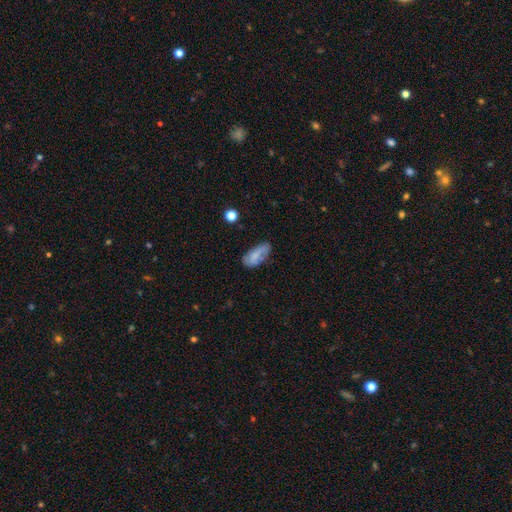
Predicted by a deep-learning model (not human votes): This appears to be a smooth galaxy with no disk features (69%) that is in between round and cigar-shaped (88%). Merging: none (60%).